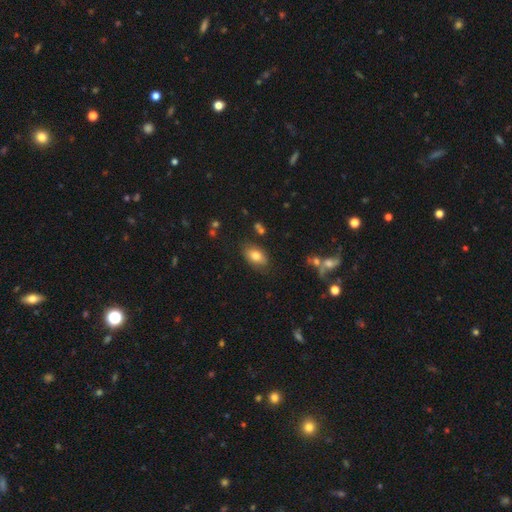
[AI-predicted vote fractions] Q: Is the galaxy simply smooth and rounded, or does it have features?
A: smooth — 79%.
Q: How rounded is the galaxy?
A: in between — 90%.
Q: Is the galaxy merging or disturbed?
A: none — 79%.